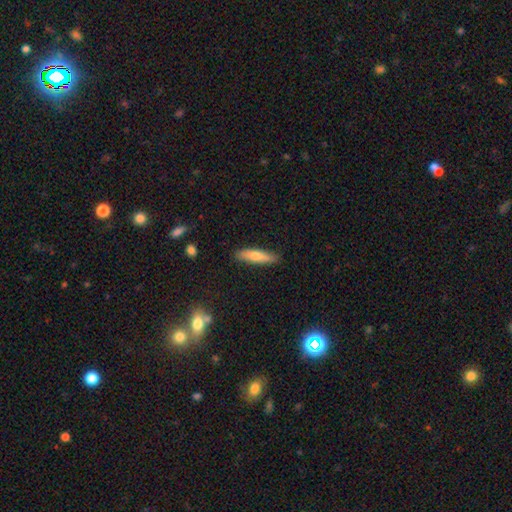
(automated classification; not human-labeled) smooth 65%, featured or disk 28%, star or artifact 7%. Down the decision tree: how rounded — cigar-shaped (77%); merging — none (87%).